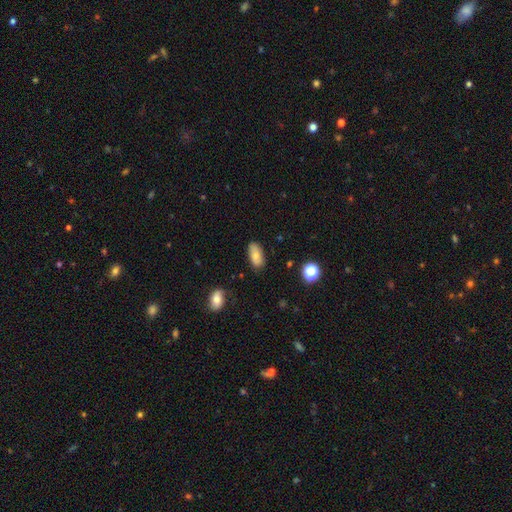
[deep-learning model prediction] smooth-or-featured: smooth: 77% | featured or disk: 15% | star or artifact: 9%
  how-rounded: in between: 90% | cigar-shaped: 6% | round: 4%
  merging: none: 79% | minor disturbance: 16% | major disturbance: 3% | merger: 2%